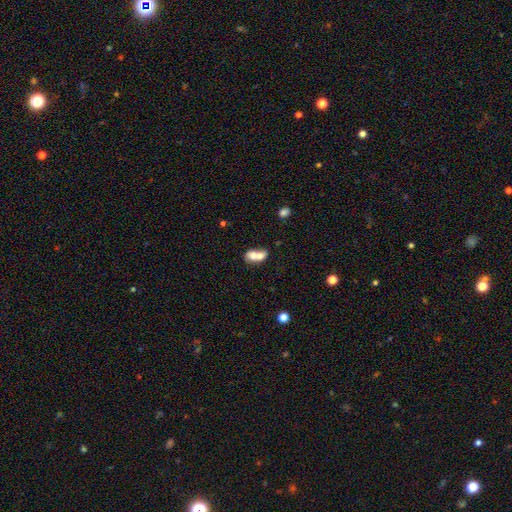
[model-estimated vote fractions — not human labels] Smooth or featured?
  - smooth: 66% *
  - featured or disk: 25%
  - star or artifact: 9%
How rounded?
  - in between: 66% *
  - round: 31%
  - cigar-shaped: 3%
Merging?
  - merger: 74% *
  - none: 15%
  - minor disturbance: 7%
  - major disturbance: 5%